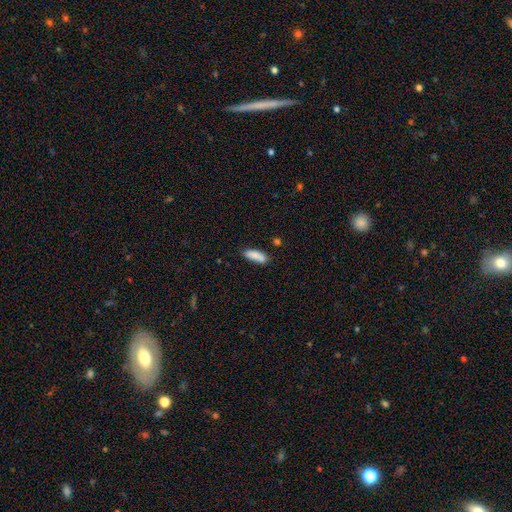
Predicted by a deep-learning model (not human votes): Morphology: type=smooth (84%); roundness=in between (58%); merging=none (71%).